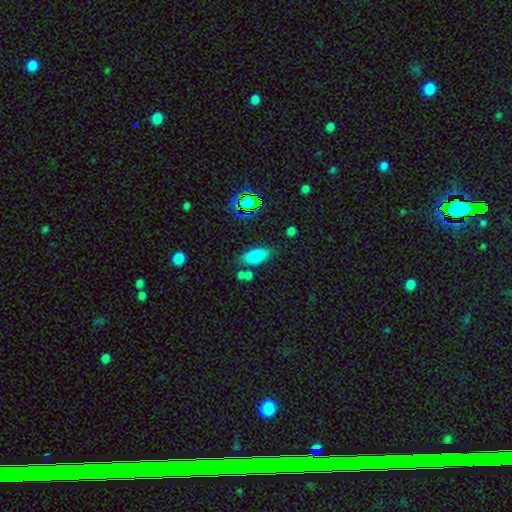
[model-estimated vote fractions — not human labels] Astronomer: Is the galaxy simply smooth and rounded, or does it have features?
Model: smooth — 75%.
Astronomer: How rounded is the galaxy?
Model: in between — 85%.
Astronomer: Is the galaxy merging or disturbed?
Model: none — 68%.